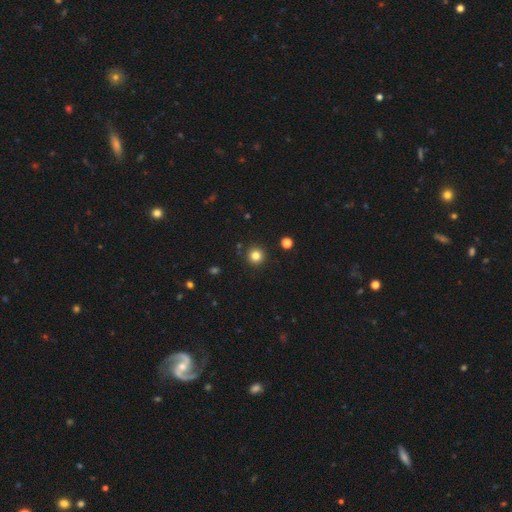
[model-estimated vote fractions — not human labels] A smooth galaxy with no disk features (82%) that is round (95%).

Vote fractions:
- Smooth or featured? smooth: 82% / star or artifact: 13% / featured or disk: 5%
- How rounded? round: 95% / in between: 4% / cigar-shaped: 1%
- Merging? none: 91% / minor disturbance: 5% / merger: 2% / major disturbance: 2%